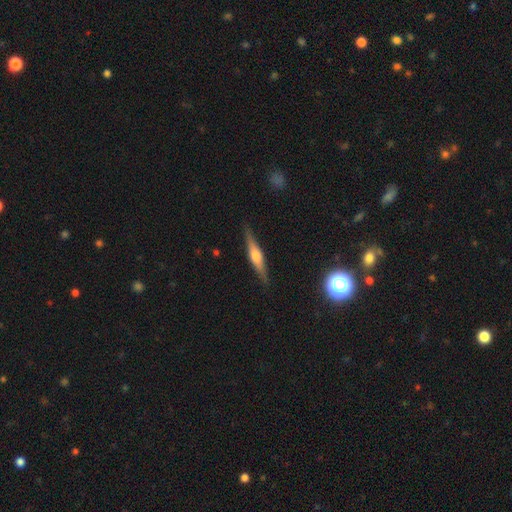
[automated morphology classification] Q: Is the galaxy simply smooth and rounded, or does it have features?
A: featured or disk — 63%.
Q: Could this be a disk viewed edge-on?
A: yes — 96%.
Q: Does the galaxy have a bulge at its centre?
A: rounded — 88%.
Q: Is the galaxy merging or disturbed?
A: none — 88%.